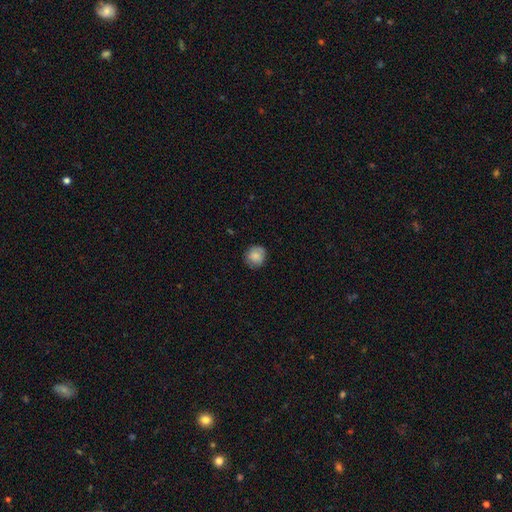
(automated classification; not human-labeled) smooth_or_featured: smooth (p=0.82) [alt: featured or disk p=0.10]
how_rounded: round (p=0.89) [alt: in between p=0.10]
merging: none (p=0.83) [alt: minor disturbance p=0.13]